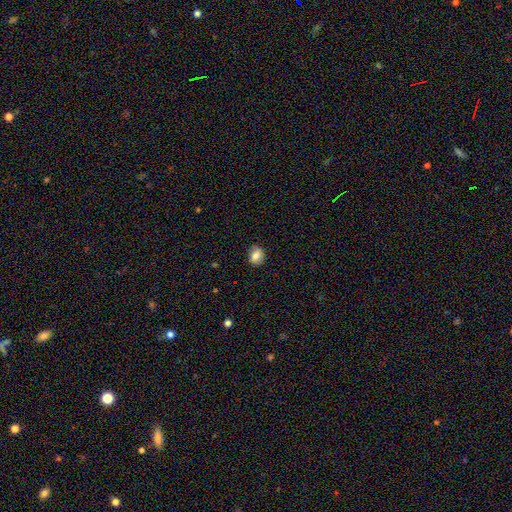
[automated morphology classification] Smooth or featured?
  - smooth: 80% *
  - featured or disk: 11%
  - star or artifact: 9%
How rounded?
  - round: 50% *
  - in between: 48%
  - cigar-shaped: 1%
Merging?
  - none: 85% *
  - minor disturbance: 11%
  - major disturbance: 2%
  - merger: 1%